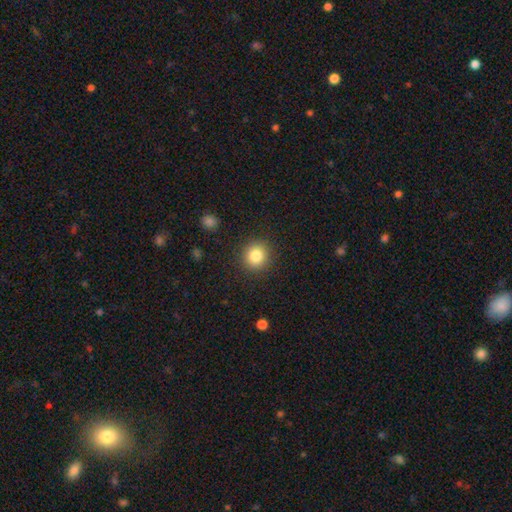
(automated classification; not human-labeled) smooth 83%, star or artifact 10%, featured or disk 6%. Down the decision tree: how rounded — round (90%); merging — none (90%).